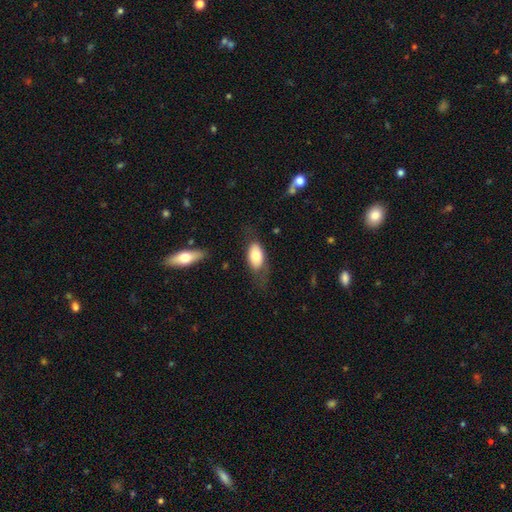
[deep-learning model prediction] Smooth or featured? smooth (73%)
How rounded? in between (92%)
Merging? none (56%)